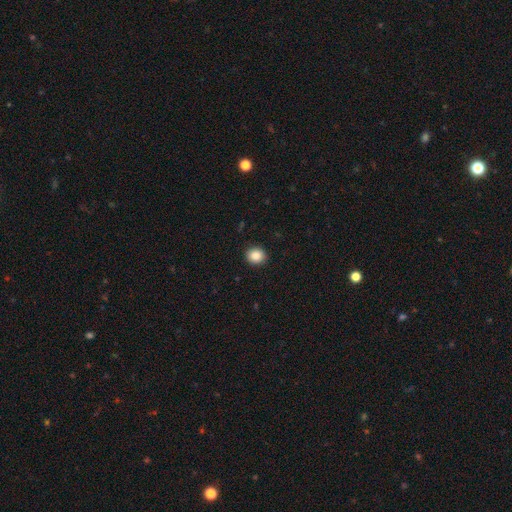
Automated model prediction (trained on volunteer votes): A smooth galaxy with no disk features (86%) that is round (79%).

Vote fractions:
- Smooth or featured? smooth: 86% / star or artifact: 9% / featured or disk: 4%
- How rounded? round: 79% / in between: 20% / cigar-shaped: 1%
- Merging? none: 92% / minor disturbance: 5% / major disturbance: 2% / merger: 1%